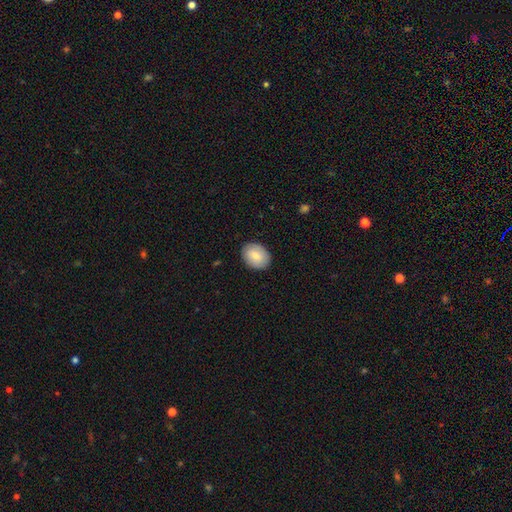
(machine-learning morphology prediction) The model was most divided on "how rounded": in between: 68%, round: 31%, cigar-shaped: 1%. More confident: merging — none (87%); smooth or featured — smooth (77%).